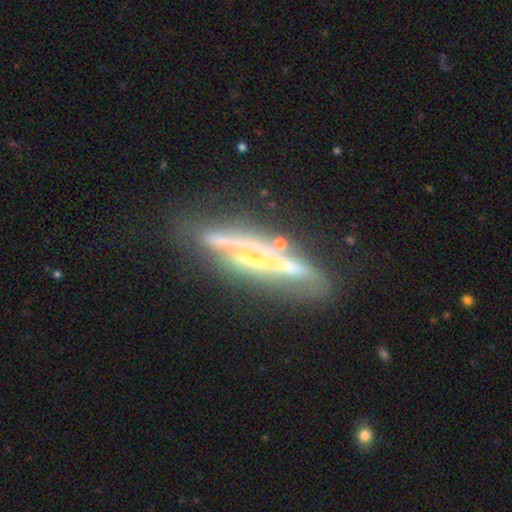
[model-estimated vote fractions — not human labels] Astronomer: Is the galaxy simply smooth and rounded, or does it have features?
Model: featured or disk — 75%.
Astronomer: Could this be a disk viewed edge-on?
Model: yes — 84%.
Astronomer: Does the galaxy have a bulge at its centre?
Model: none — 43% (runner-up: rounded, 34%).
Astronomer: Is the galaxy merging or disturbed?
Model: none — 63%.